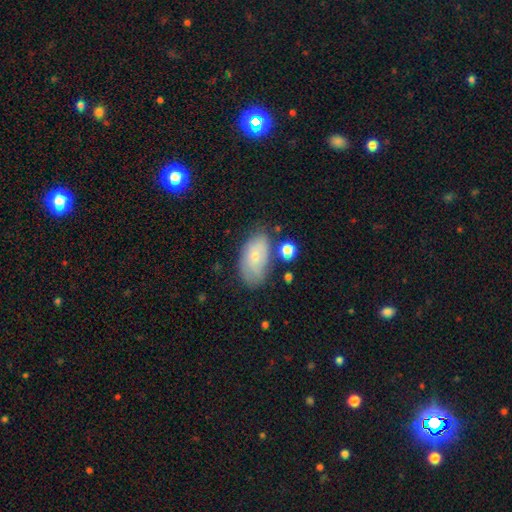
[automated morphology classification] smooth_or_featured: smooth (p=0.63) [alt: featured or disk p=0.29]
how_rounded: in between (p=0.92) [alt: round p=0.06]
merging: none (p=0.60) [alt: minor disturbance p=0.26]